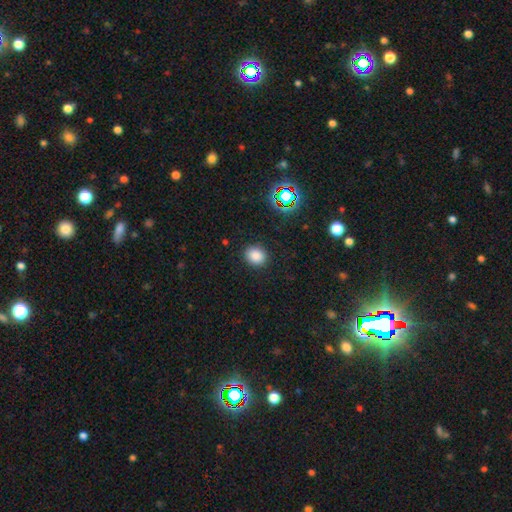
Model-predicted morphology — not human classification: Smooth or featured?
  - smooth: 82% *
  - star or artifact: 14%
  - featured or disk: 4%
How rounded?
  - round: 65% *
  - in between: 34%
  - cigar-shaped: 1%
Merging?
  - none: 88% *
  - minor disturbance: 8%
  - major disturbance: 3%
  - merger: 1%